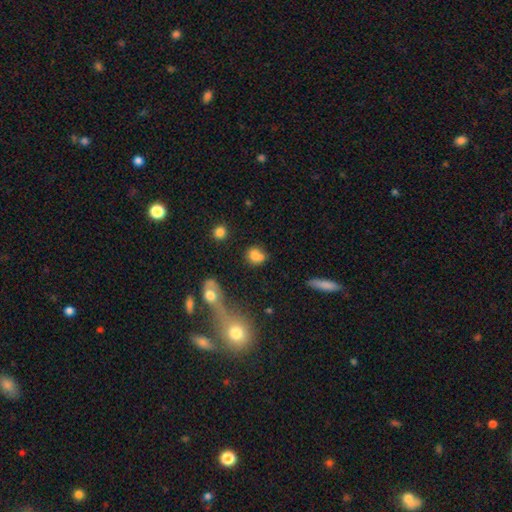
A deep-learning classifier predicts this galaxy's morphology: This is likely a smooth galaxy (76%). How rounded: possibly round (59%). Merging: possibly none (50%).